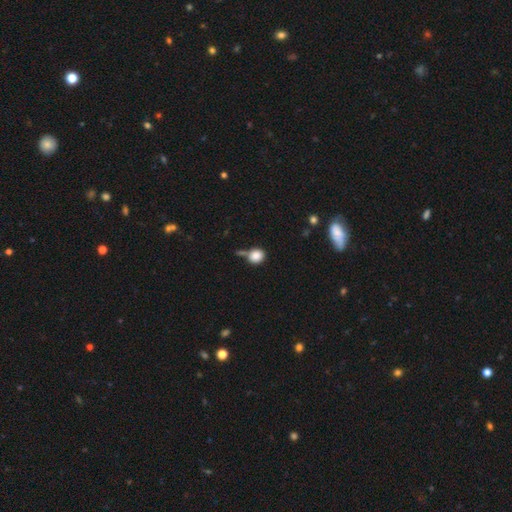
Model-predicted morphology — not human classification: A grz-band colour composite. It shows a smooth galaxy with no disk features (84%) that is round (80%). Merging: none (56%).